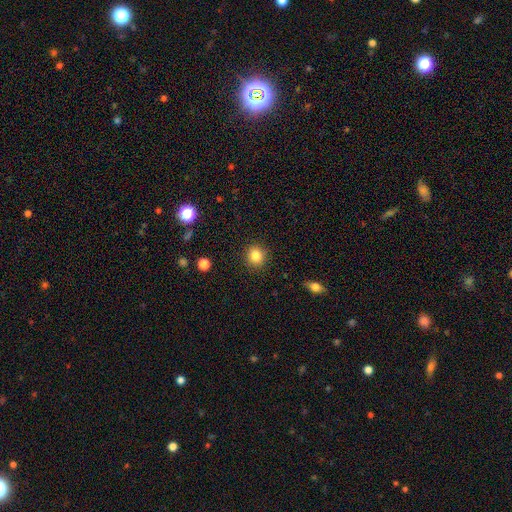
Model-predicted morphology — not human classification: smooth_or_featured: smooth (p=0.84) [alt: star or artifact p=0.11]
how_rounded: round (p=0.85) [alt: in between p=0.14]
merging: none (p=0.90) [alt: minor disturbance p=0.07]